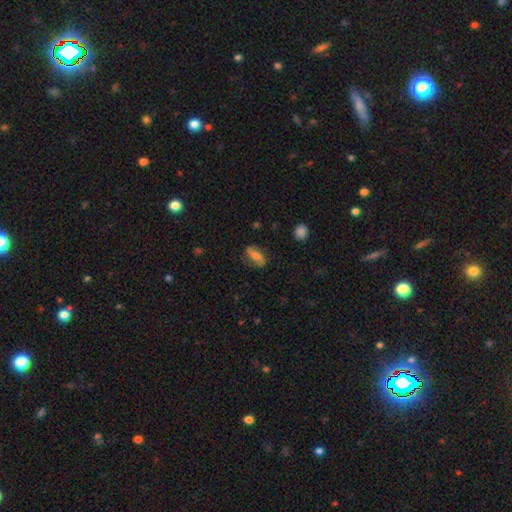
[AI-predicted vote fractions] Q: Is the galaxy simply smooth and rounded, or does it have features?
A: featured or disk — 49%.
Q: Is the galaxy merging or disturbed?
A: none — 76%.